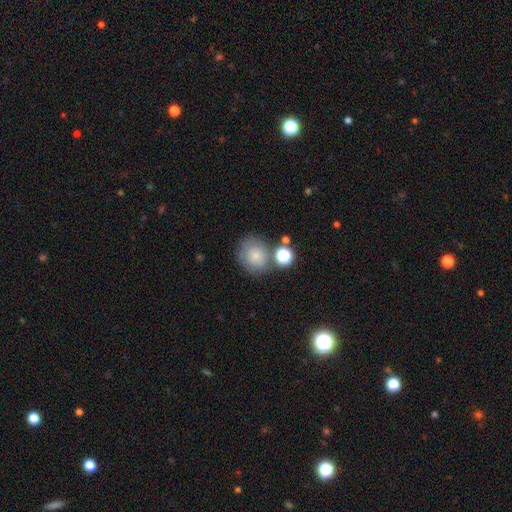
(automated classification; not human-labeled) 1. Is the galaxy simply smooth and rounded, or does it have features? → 76% smooth, 13% featured or disk, 11% star or artifact.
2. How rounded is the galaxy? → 71% round, 28% in between, 1% cigar-shaped.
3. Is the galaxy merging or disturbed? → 61% none, 17% minor disturbance, 16% merger, 7% major disturbance.